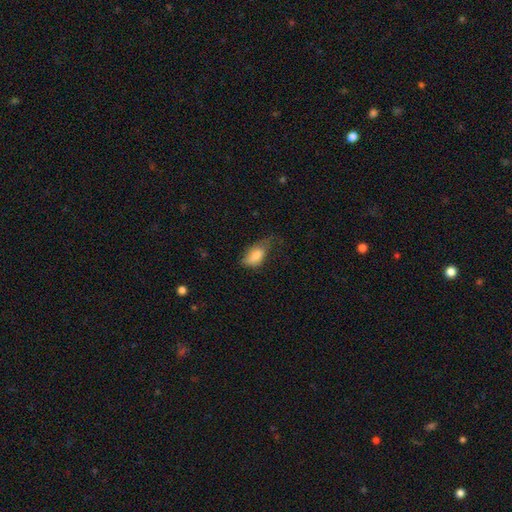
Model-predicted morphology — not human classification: The model was most divided on "merging": minor disturbance: 40%, none: 32%, major disturbance: 26%, merger: 2%. More confident: how rounded — in between (91%); smooth or featured — smooth (80%).